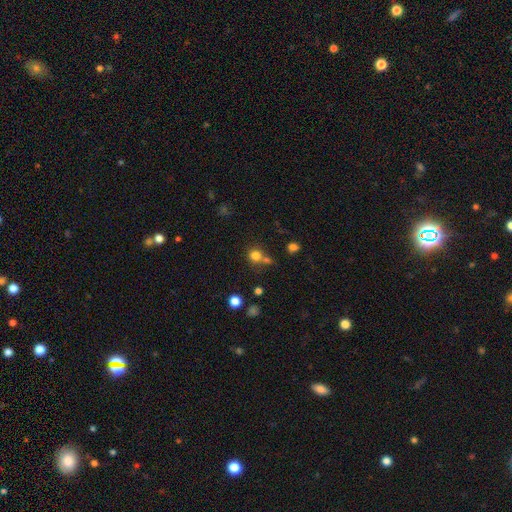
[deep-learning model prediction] Smooth or featured: smooth — 78% (star or artifact — 15%)
How rounded: round — 87% (in between — 12%)
Merging: none — 57% (merger — 30%)